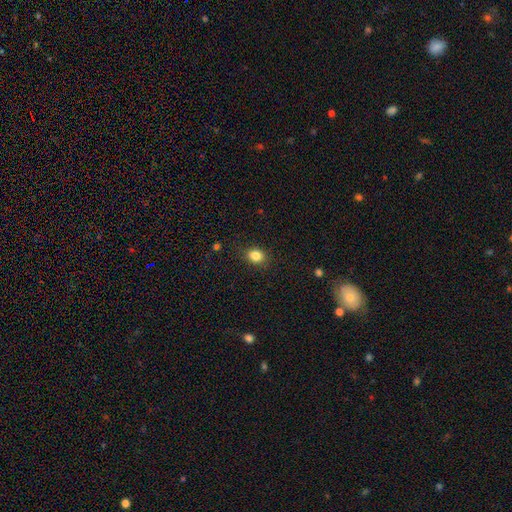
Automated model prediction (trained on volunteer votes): smooth_or_featured: smooth (p=0.84) [alt: star or artifact p=0.11]
how_rounded: round (p=0.51) [alt: in between p=0.48]
merging: none (p=0.84) [alt: minor disturbance p=0.11]